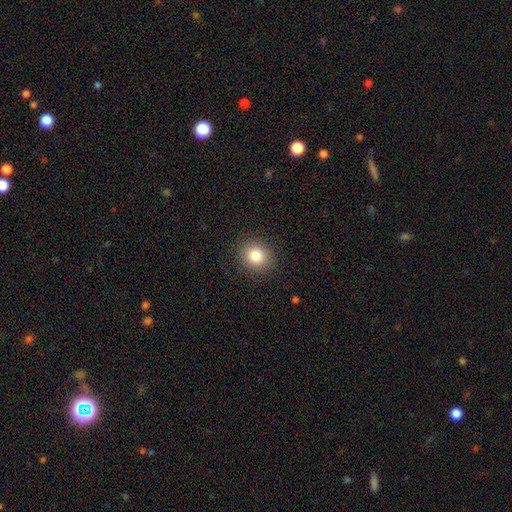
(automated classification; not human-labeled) The model was most divided on "how rounded": round: 80%, in between: 19%, cigar-shaped: 1%. More confident: merging — none (90%); smooth or featured — smooth (83%).